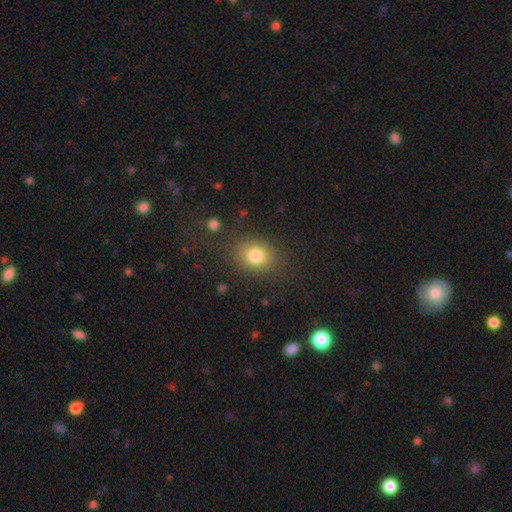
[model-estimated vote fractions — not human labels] A smooth galaxy with no disk features (81%) that is round (51%).

Vote fractions:
- Smooth or featured? smooth: 81% / star or artifact: 12% / featured or disk: 8%
- How rounded? round: 51% / in between: 48% / cigar-shaped: 1%
- Merging? none: 79% / minor disturbance: 12% / major disturbance: 6% / merger: 3%